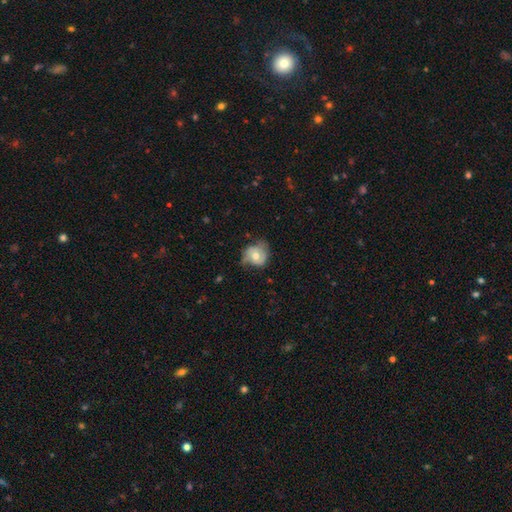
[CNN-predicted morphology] featured or disk 47%, smooth 46%, star or artifact 7%. Down the decision tree: merging — none (52%).